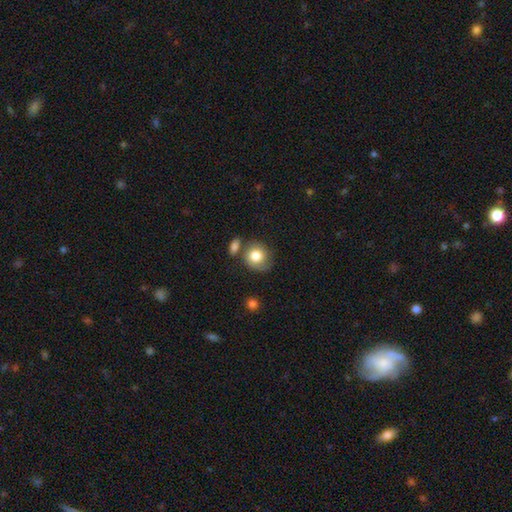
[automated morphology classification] smooth_or_featured: smooth (p=0.78) [alt: featured or disk p=0.15]
how_rounded: round (p=0.80) [alt: in between p=0.19]
merging: none (p=0.56) [alt: minor disturbance p=0.20]